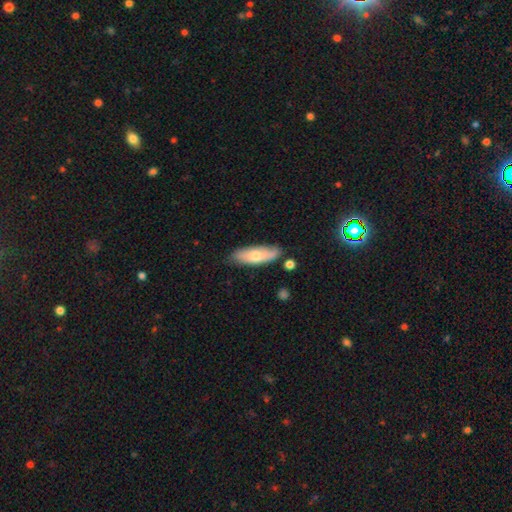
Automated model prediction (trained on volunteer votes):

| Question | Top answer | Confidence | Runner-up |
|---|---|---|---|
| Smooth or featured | smooth | 63% | featured or disk (31%) |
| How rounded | in between | 61% | cigar-shaped (37%) |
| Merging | none | 74% | minor disturbance (19%) |